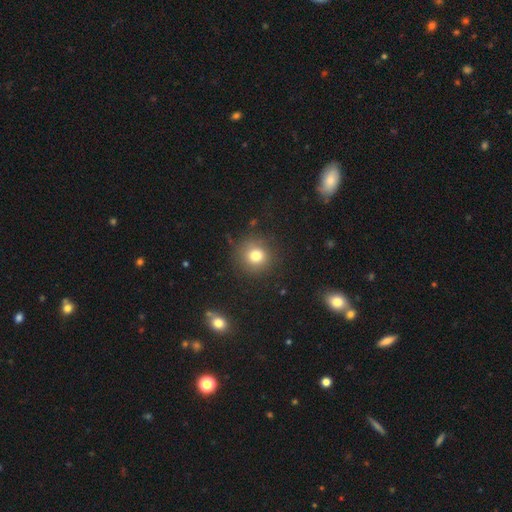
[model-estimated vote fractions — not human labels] smooth 77%, star or artifact 13%, featured or disk 10%. Down the decision tree: how rounded — round (91%); merging — none (85%).